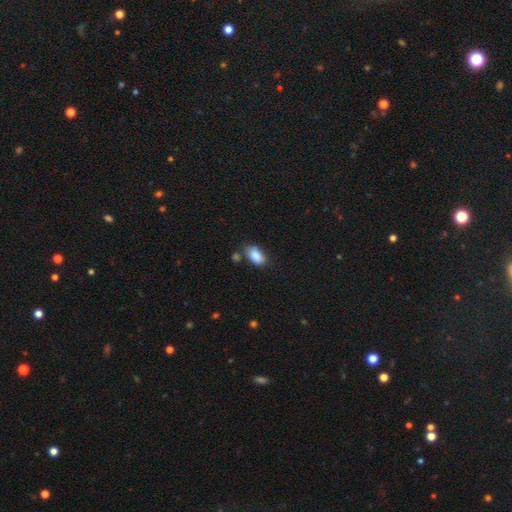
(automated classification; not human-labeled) Smooth or featured? smooth (88%)
How rounded? in between (91%)
Merging? none (68%)